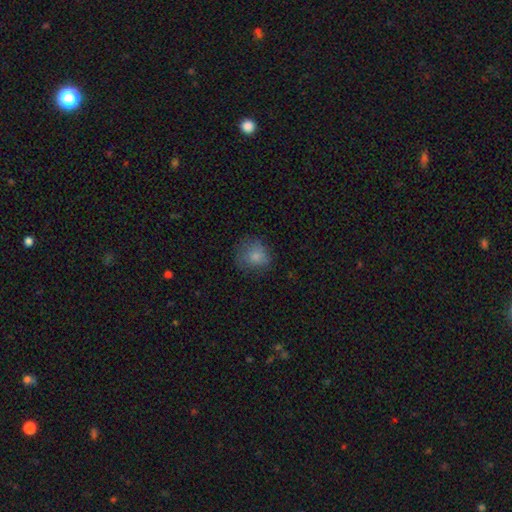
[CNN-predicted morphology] A smooth galaxy with no disk features (80%) that is round (78%). Merging: none (65%).